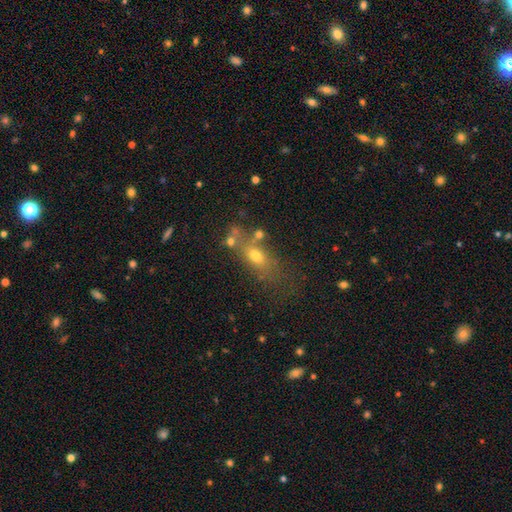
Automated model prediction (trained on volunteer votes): smooth-or-featured: smooth: 61% | featured or disk: 23% | star or artifact: 16%
  how-rounded: in between: 64% | cigar-shaped: 19% | round: 18%
  merging: none: 53% | merger: 18% | minor disturbance: 18% | major disturbance: 11%